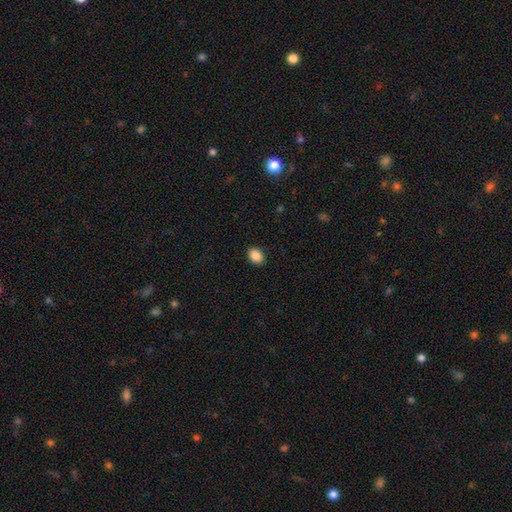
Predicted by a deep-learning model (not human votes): A smooth galaxy with no disk features (89%) that is in between round and cigar-shaped (70%).

Vote fractions:
- Smooth or featured? smooth: 89% / star or artifact: 8% / featured or disk: 3%
- How rounded? in between: 70% / round: 29% / cigar-shaped: 1%
- Merging? none: 91% / minor disturbance: 6% / major disturbance: 2% / merger: 1%